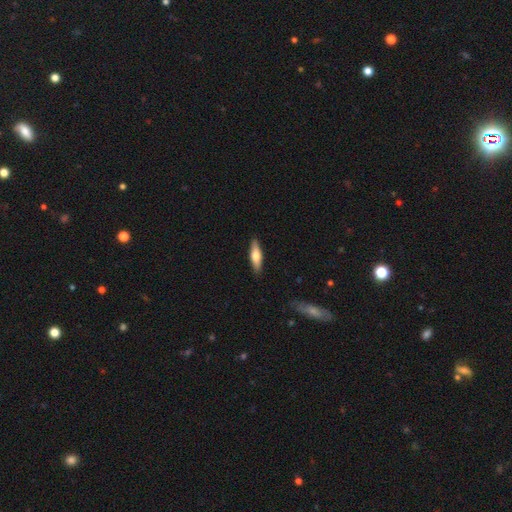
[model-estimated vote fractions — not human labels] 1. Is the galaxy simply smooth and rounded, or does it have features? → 64% smooth, 30% featured or disk, 5% star or artifact.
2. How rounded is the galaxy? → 59% cigar-shaped, 39% in between, 2% round.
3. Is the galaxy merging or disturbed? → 89% none, 8% minor disturbance, 2% major disturbance, 1% merger.